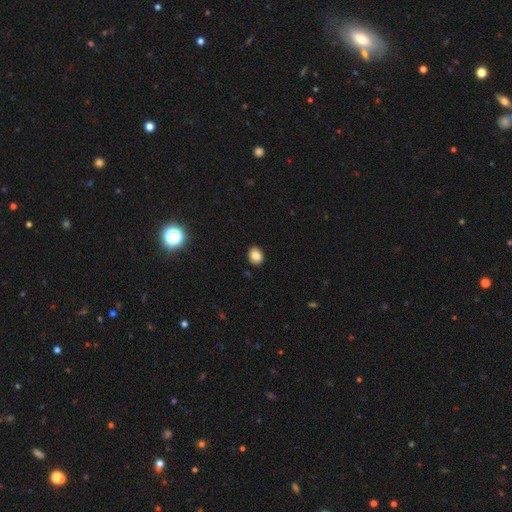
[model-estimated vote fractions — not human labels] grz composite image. It shows a smooth galaxy with no disk features (81%) that is round (57%). Merging: none (89%).